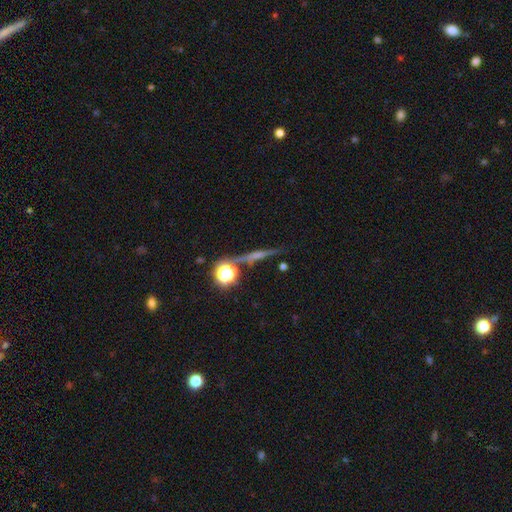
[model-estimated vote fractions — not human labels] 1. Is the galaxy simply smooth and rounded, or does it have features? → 63% featured or disk, 19% star or artifact, 18% smooth.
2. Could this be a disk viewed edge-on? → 94% yes, 6% no.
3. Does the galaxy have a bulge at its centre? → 55% rounded, 31% none, 14% boxy.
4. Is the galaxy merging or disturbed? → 81% none, 9% minor disturbance, 6% merger, 4% major disturbance.